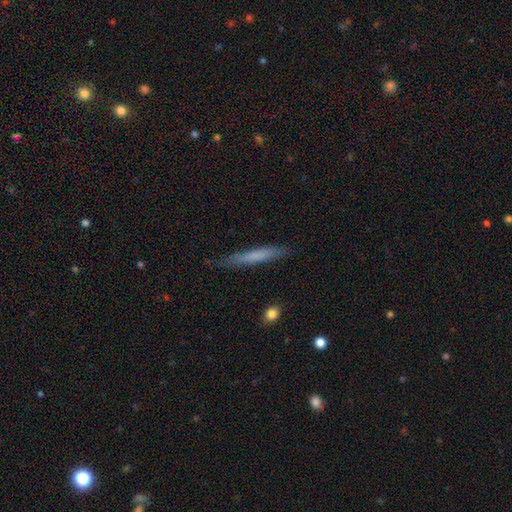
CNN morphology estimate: Smooth or featured?
  - smooth: 61% *
  - featured or disk: 33%
  - star or artifact: 6%
How rounded?
  - cigar-shaped: 95% *
  - in between: 4%
  - round: 1%
Merging?
  - none: 78% *
  - minor disturbance: 17%
  - major disturbance: 3%
  - merger: 2%